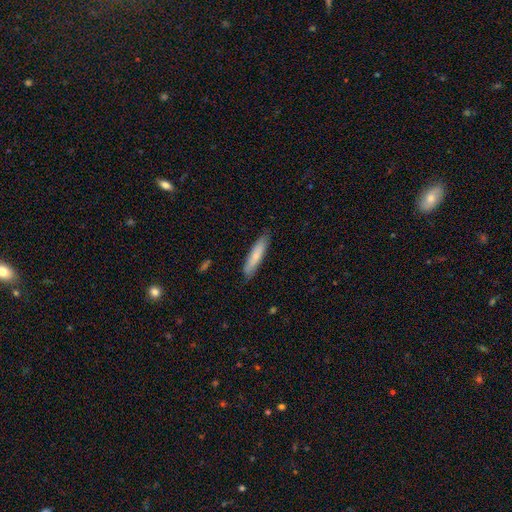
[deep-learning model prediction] A smooth galaxy with no disk features (74%) that is cigar-shaped (85%).

Vote fractions:
- Smooth or featured? smooth: 74% / featured or disk: 21% / star or artifact: 5%
- How rounded? cigar-shaped: 85% / in between: 13% / round: 1%
- Merging? none: 84% / minor disturbance: 13% / major disturbance: 2% / merger: 1%